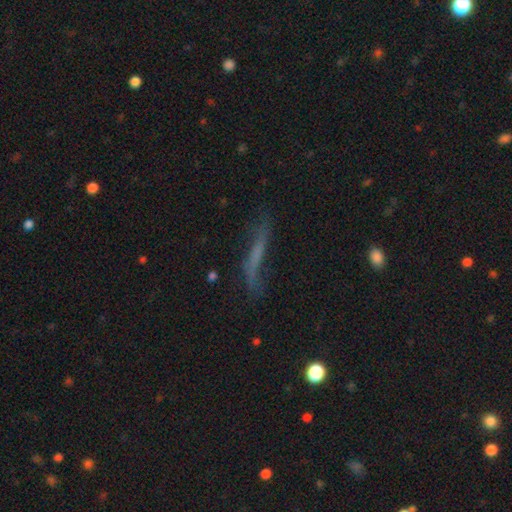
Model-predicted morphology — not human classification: Overall: featured or disk (45%; smooth 41%). Merging: none (55%; minor disturbance 25%).